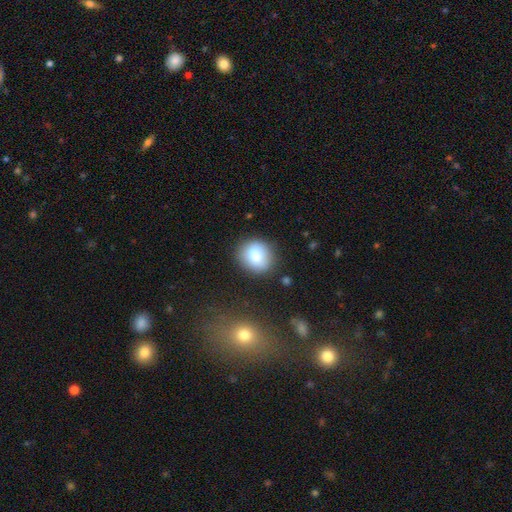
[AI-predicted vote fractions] Smooth or featured: smooth — 81% (featured or disk — 10%)
How rounded: round — 74% (in between — 25%)
Merging: none — 84% (minor disturbance — 11%)